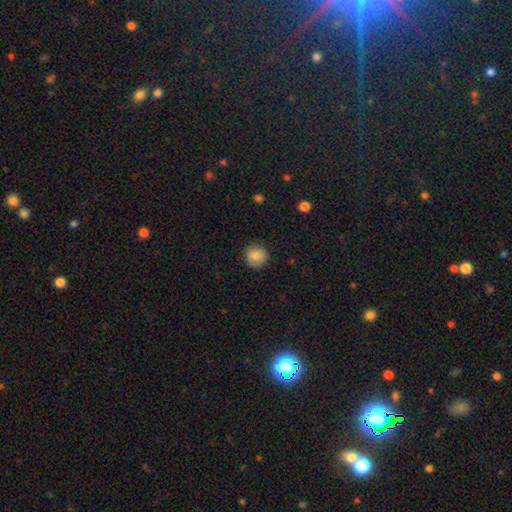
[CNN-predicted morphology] Smooth or featured? smooth (86%)
How rounded? round (88%)
Merging? none (86%)